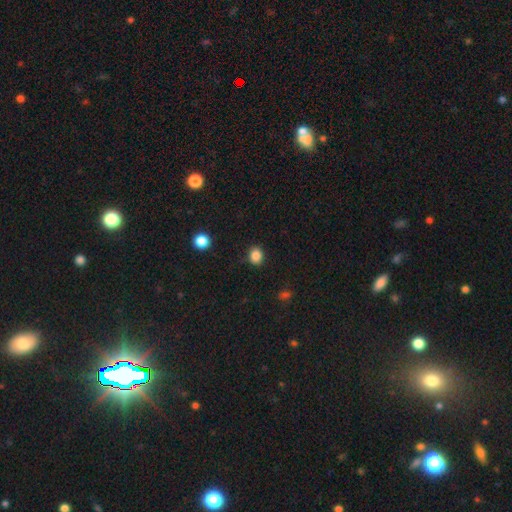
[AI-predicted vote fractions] Smooth or featured? Predicted: smooth (p=0.85). How rounded? Predicted: round (p=0.61). Merging? Predicted: none (p=0.87).